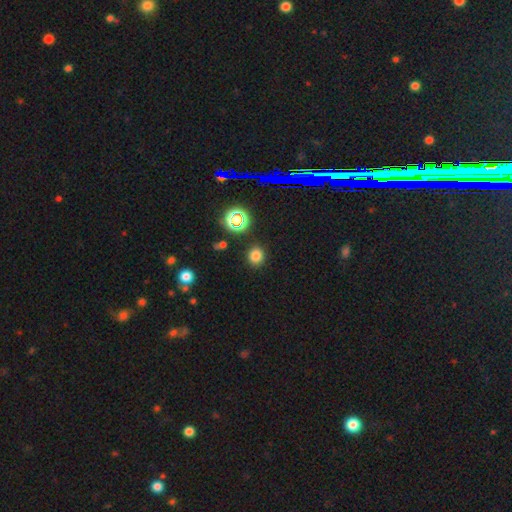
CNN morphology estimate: This appears to be a smooth galaxy with no disk features (75%) that is round (84%). Merging: none (89%).